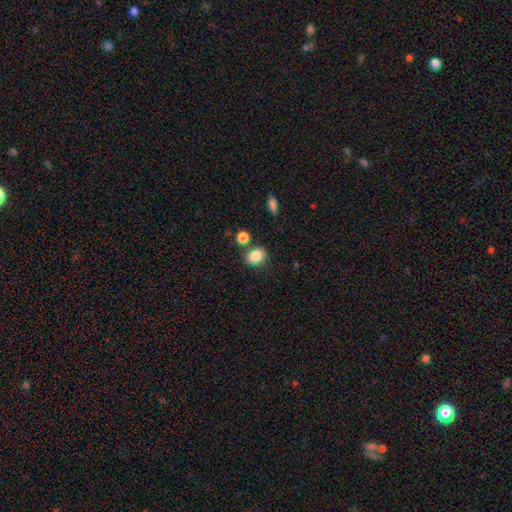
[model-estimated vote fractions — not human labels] A smooth galaxy with no disk features (84%) that is round (55%). Merging: none (72%).